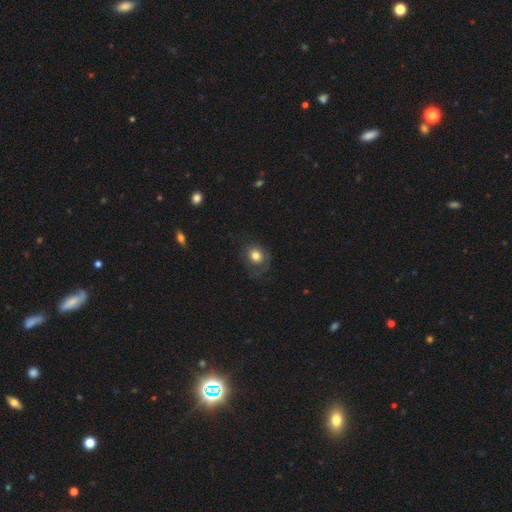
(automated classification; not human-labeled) The model was most divided on "how rounded": round: 62%, in between: 38%, cigar-shaped: 1%. More confident: smooth or featured — smooth (70%); merging — none (61%).